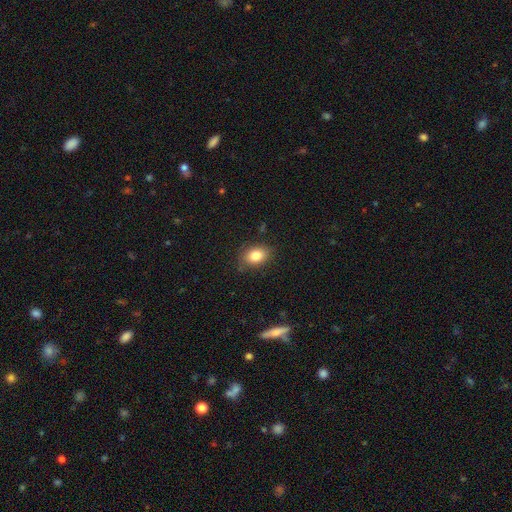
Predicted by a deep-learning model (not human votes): Smooth or featured? Predicted: smooth (p=0.82). How rounded? Predicted: in between (p=0.76). Merging? Predicted: none (p=0.80).